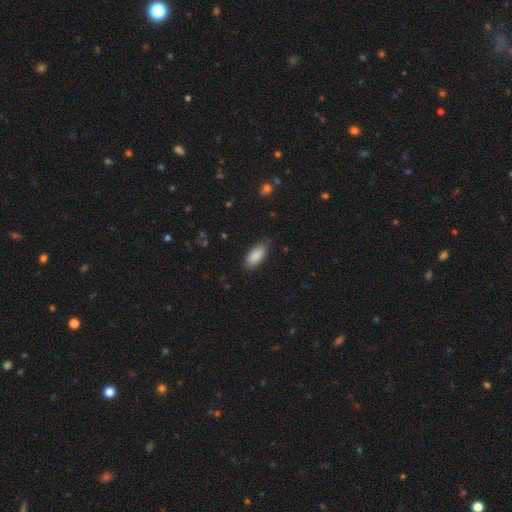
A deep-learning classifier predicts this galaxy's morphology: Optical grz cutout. It shows a smooth galaxy with no disk features (88%) that is in between round and cigar-shaped (88%). Merging: none (80%).